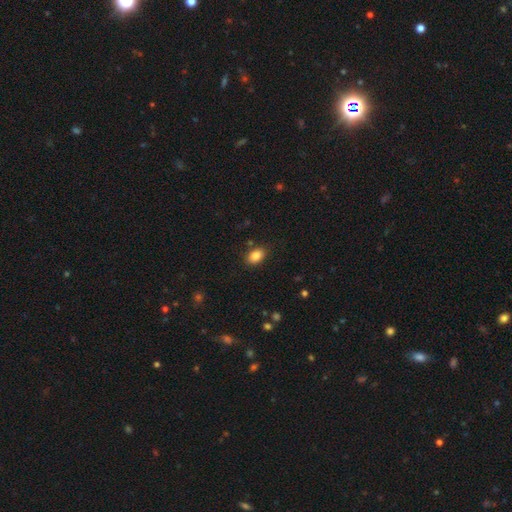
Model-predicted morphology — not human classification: A smooth galaxy with no disk features (86%) that is in between round and cigar-shaped (85%).

Vote fractions:
- Smooth or featured? smooth: 86% / star or artifact: 9% / featured or disk: 5%
- How rounded? in between: 85% / round: 13% / cigar-shaped: 1%
- Merging? none: 85% / minor disturbance: 10% / major disturbance: 3% / merger: 2%